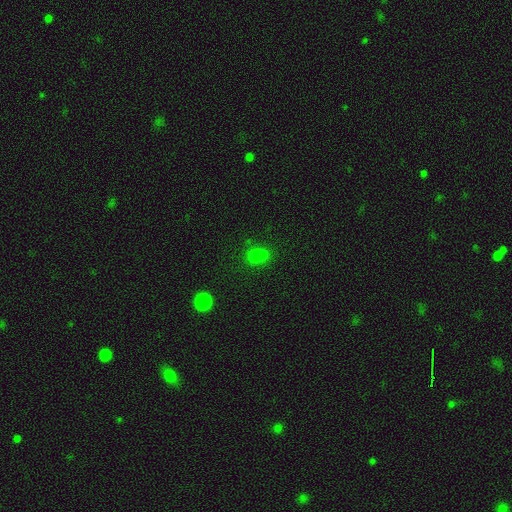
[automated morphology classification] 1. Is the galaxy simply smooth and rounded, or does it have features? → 70% smooth, 19% star or artifact, 11% featured or disk.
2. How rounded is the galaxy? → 55% round, 43% in between, 2% cigar-shaped.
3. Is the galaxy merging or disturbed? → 46% merger, 38% none, 11% minor disturbance, 5% major disturbance.